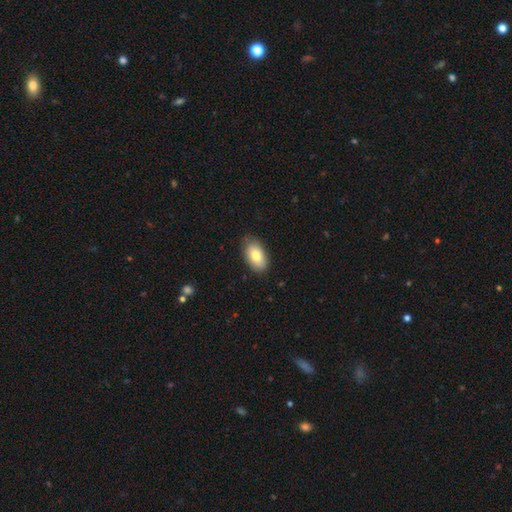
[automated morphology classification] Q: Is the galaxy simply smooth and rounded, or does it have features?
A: smooth — 79%.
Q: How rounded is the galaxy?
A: in between — 93%.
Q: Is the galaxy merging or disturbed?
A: none — 83%.